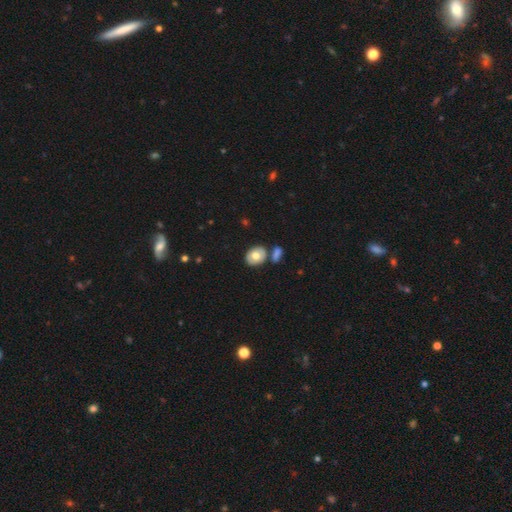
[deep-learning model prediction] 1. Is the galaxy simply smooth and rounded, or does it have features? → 66% smooth, 27% featured or disk, 7% star or artifact.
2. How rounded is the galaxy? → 61% in between, 38% round, 1% cigar-shaped.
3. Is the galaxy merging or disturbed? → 70% none, 15% merger, 12% minor disturbance, 4% major disturbance.